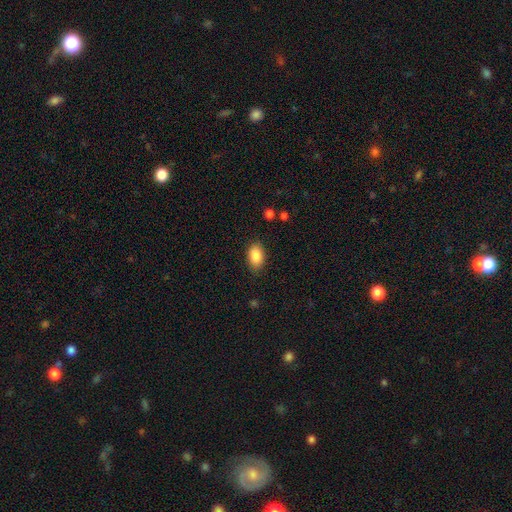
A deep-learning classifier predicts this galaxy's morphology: This appears to be a smooth galaxy with no disk features (87%) that is in between round and cigar-shaped (90%). Merging: none (86%).